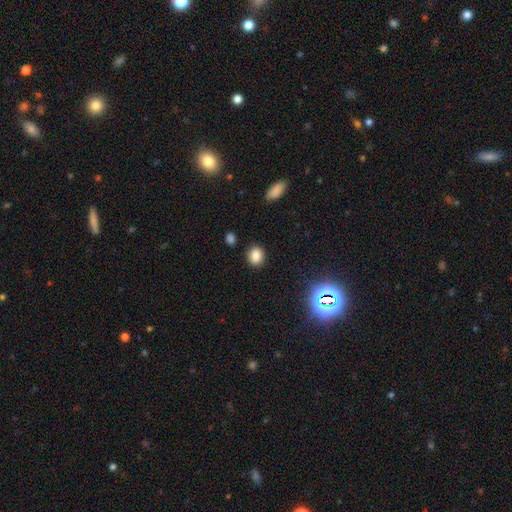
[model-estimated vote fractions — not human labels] Overall: smooth (82%). How rounded: round (69%; in between 30%). Merging: none (89%).